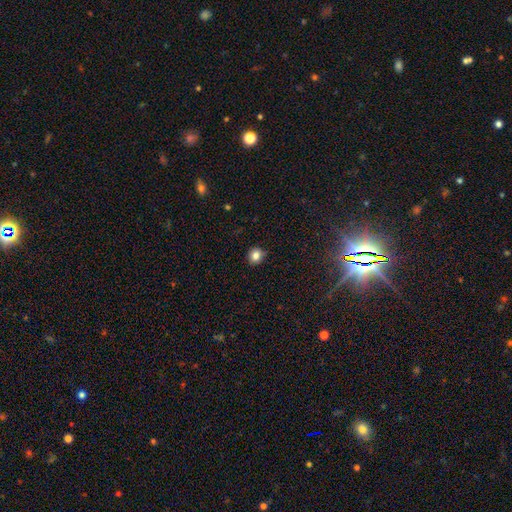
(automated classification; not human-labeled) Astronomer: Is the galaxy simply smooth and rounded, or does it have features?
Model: smooth — 82%.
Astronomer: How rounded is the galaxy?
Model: round — 82%.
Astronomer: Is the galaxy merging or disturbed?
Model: none — 85%.